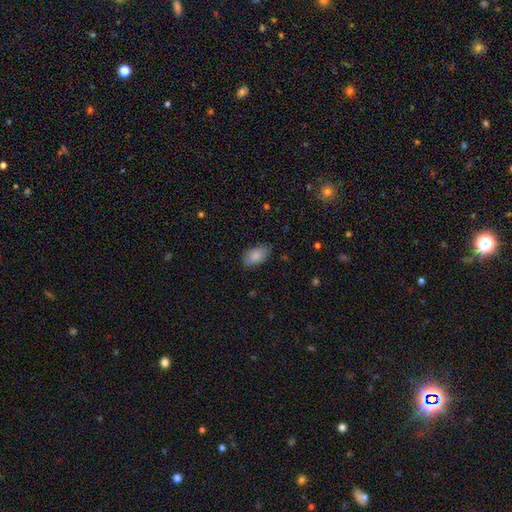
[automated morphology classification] This is clearly a smooth galaxy (85%). How rounded: clearly in between (94%). Merging: clearly none (83%).